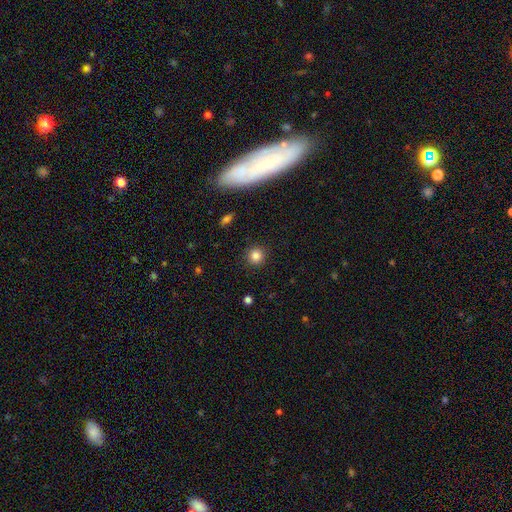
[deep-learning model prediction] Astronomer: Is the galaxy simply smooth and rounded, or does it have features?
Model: smooth — 83%.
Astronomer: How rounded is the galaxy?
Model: round — 93%.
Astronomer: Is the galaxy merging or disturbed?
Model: none — 91%.